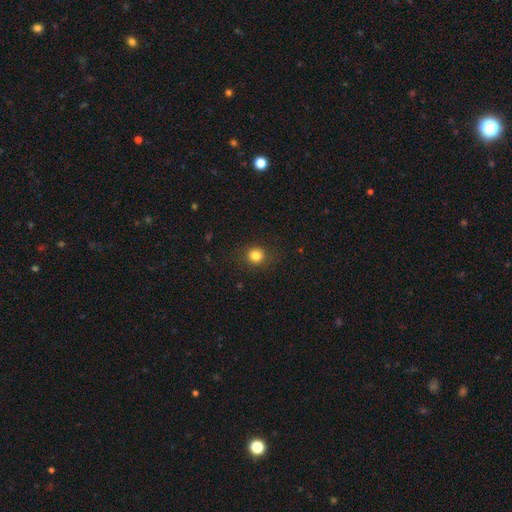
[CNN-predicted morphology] Smooth or featured? Predicted: smooth (p=0.83). How rounded? Predicted: round (p=0.89). Merging? Predicted: none (p=0.89).